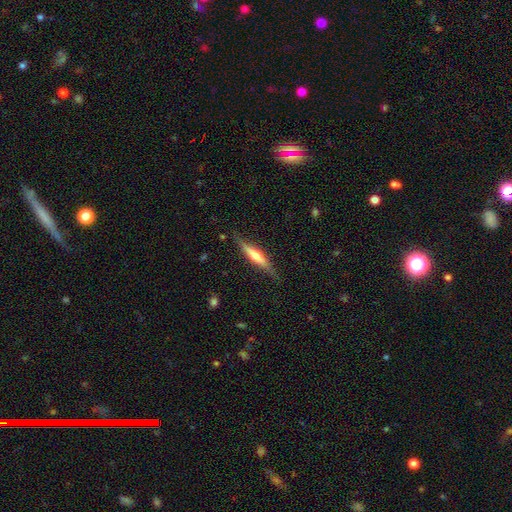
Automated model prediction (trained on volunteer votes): featured or disk 66%, smooth 29%, star or artifact 6%. Down the decision tree: edge-on disk — yes (96%); edge-on bulge — rounded (82%); merging — none (81%).